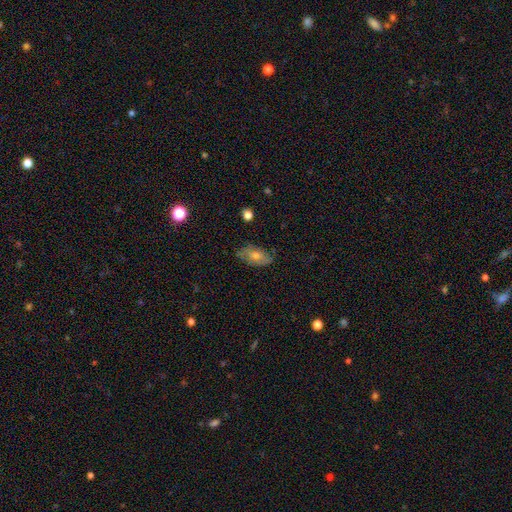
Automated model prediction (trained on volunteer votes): Morphology: type=smooth (47%); merging=none (77%).